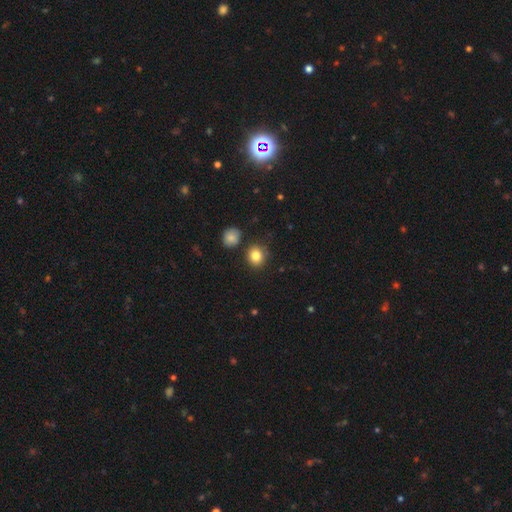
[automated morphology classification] Overall: smooth (83%). How rounded: round (77%). Merging: none (83%).